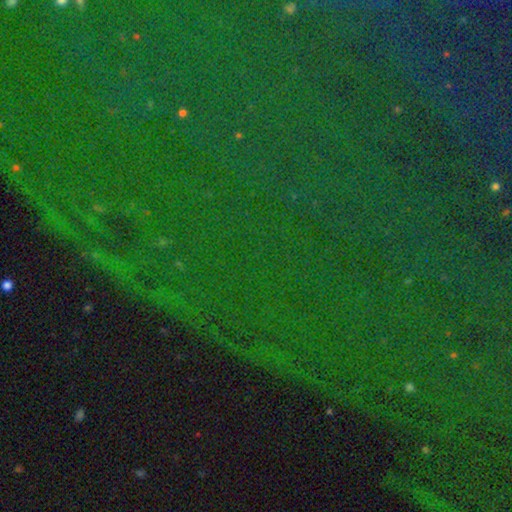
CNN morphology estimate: The model was most divided on "smooth or featured": star or artifact: 84%, smooth: 9%, featured or disk: 8%.